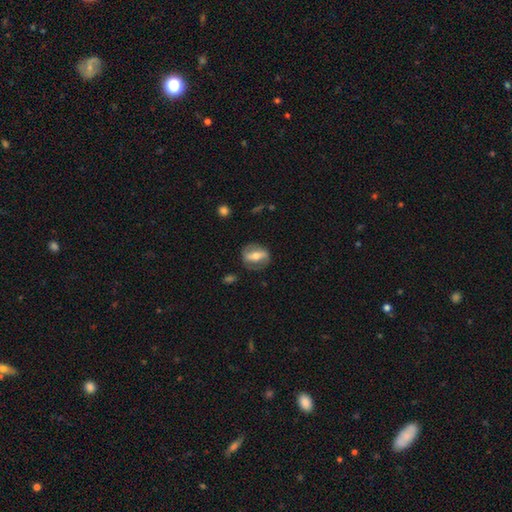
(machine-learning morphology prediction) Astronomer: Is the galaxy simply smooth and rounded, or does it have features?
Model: featured or disk — 63%.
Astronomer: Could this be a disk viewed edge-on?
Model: no — 86%.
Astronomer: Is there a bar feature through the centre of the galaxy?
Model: strong — 63%.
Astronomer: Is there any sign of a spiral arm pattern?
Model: yes — 58% (runner-up: no, 42%).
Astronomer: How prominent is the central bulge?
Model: moderate — 64%.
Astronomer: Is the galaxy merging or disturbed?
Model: none — 76%.